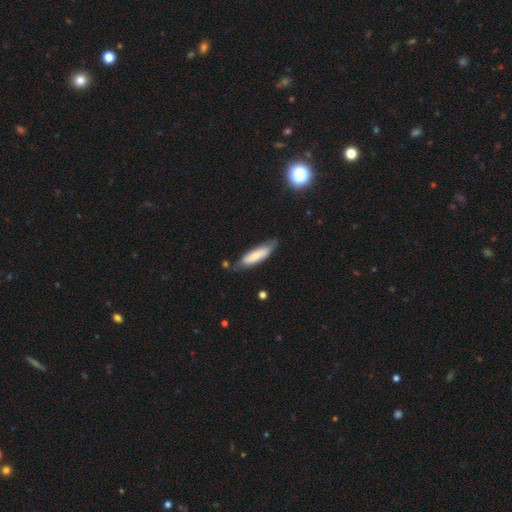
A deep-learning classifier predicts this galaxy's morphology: Smooth or featured? smooth (66%)
How rounded? cigar-shaped (62%)
Merging? none (66%)